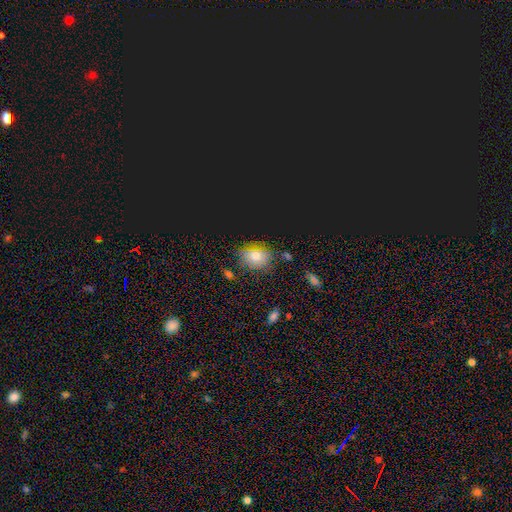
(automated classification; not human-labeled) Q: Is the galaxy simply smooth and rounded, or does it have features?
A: smooth — 56%.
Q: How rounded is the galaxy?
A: in between — 53%.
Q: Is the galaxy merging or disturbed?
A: none — 76%.